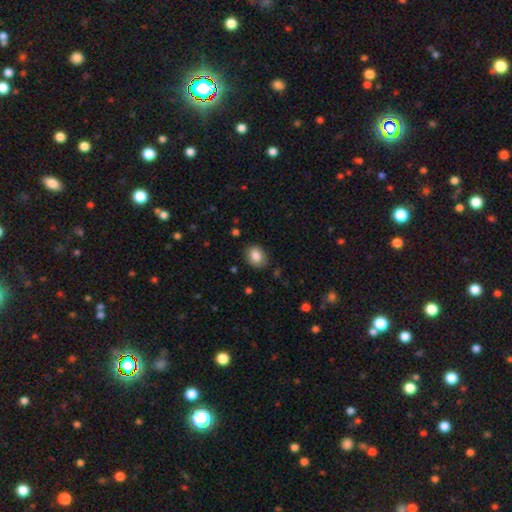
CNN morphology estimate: This is clearly a smooth galaxy (85%). How rounded: possibly in between (59%). Merging: clearly none (83%).